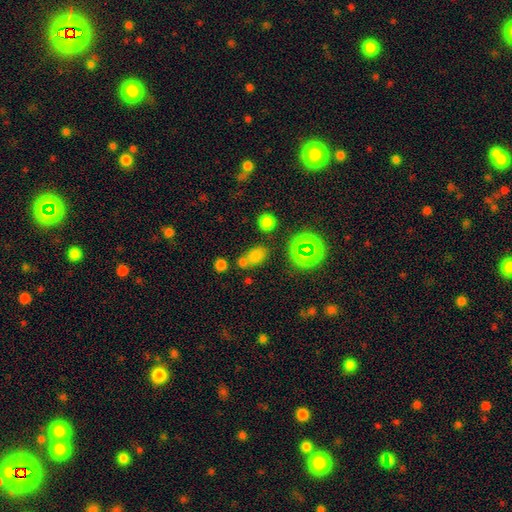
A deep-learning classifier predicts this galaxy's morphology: smooth-or-featured: smooth: 66% | star or artifact: 24% | featured or disk: 10%
  how-rounded: in between: 68% | round: 28% | cigar-shaped: 4%
  merging: none: 54% | merger: 26% | minor disturbance: 13% | major disturbance: 6%